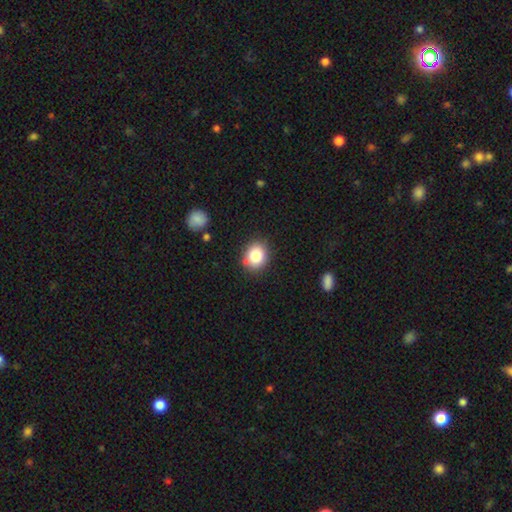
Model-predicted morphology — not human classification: Q: Smooth or featured?
A: smooth (83%); runner-up: star or artifact (10%)
Q: How rounded?
A: round (65%); runner-up: in between (34%)
Q: Merging?
A: none (83%); runner-up: minor disturbance (12%)